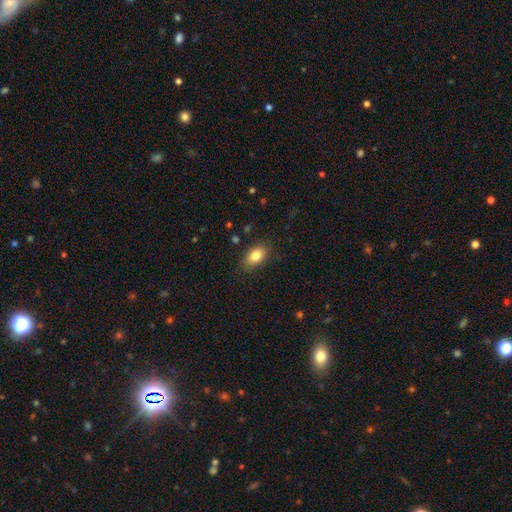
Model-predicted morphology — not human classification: A smooth galaxy with no disk features (82%) that is in between round and cigar-shaped (88%). Merging: none (84%).